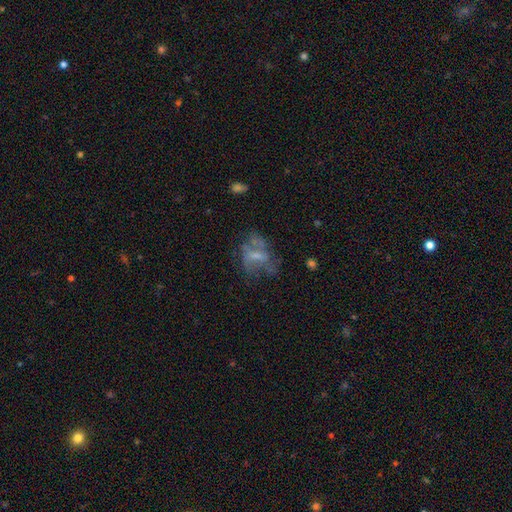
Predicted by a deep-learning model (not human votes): smooth_or_featured: featured or disk (p=0.56) [alt: smooth p=0.29]
disk_edge_on: no (p=0.95) [alt: yes p=0.05]
bar: no (p=0.45) [alt: weak p=0.40]
has_spiral_arms: no (p=0.60) [alt: yes p=0.40]
bulge_size: small (p=0.37) [alt: none p=0.32]
merging: none (p=0.45) [alt: major disturbance p=0.29]